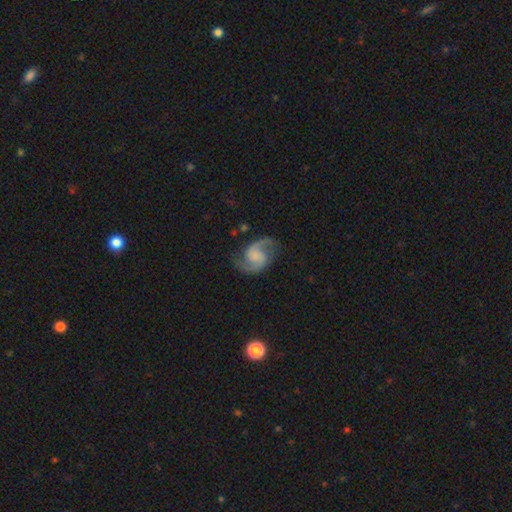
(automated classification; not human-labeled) This appears to be a featured or disk galaxy (89%) with no bar (58%), 2 (94%) medium (54%) spiral arms (98%) and no central bulge (50%). Merging: none (77%).